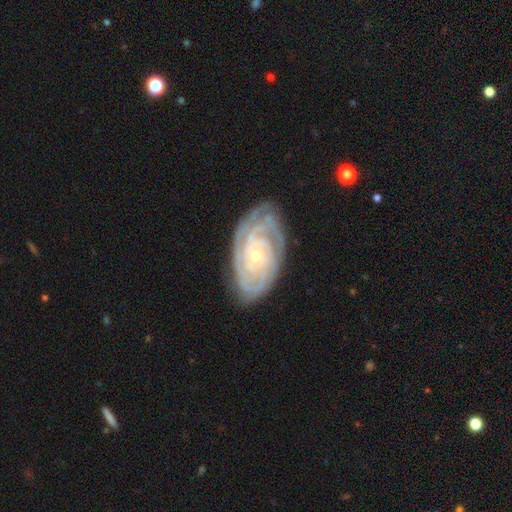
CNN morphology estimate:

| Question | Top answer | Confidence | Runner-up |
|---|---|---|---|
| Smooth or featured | featured or disk | 88% | smooth (7%) |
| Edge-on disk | no | 96% | yes (4%) |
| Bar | no | 76% | weak (18%) |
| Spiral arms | yes | 97% | no (3%) |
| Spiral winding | tight | 82% | medium (15%) |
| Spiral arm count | can't tell | 26% | 4 (23%) |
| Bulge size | small | 73% | moderate (23%) |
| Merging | none | 77% | minor disturbance (18%) |